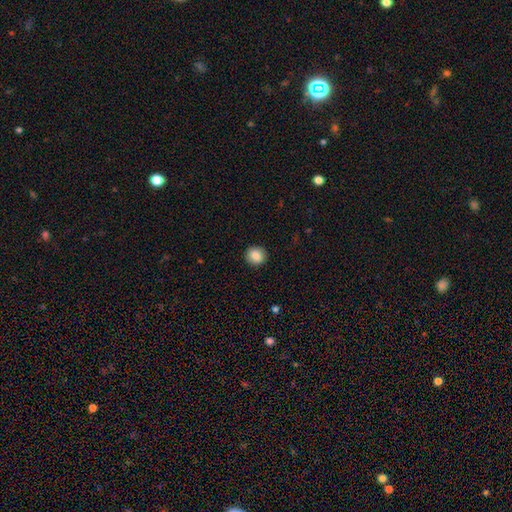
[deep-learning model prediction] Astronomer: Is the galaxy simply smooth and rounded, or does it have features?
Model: smooth — 87%.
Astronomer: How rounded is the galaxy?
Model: round — 83%.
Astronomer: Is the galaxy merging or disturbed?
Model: none — 91%.